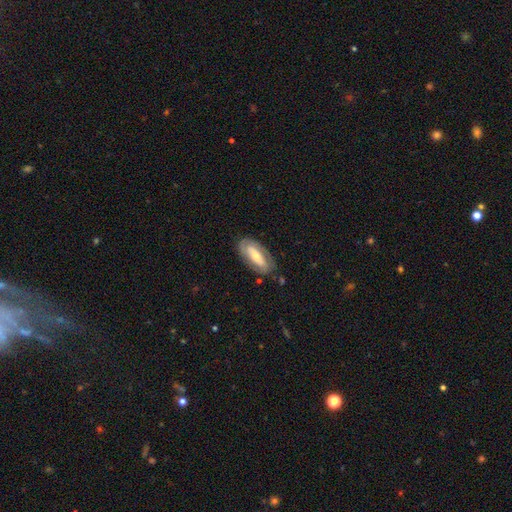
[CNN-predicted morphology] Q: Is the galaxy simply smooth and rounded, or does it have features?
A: featured or disk — 52%.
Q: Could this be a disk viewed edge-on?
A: no — 83%.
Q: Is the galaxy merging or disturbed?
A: none — 78%.